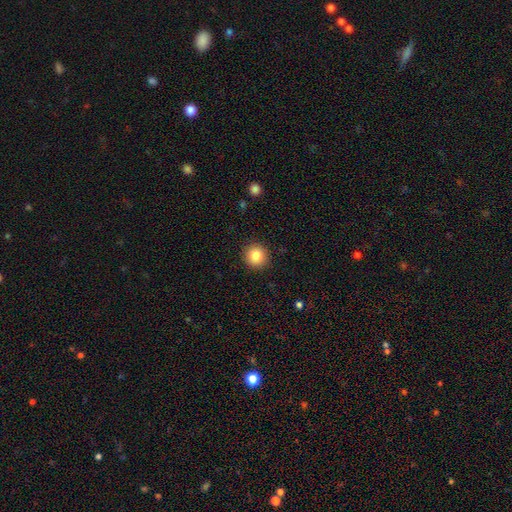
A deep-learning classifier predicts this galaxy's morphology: The model was most divided on "smooth or featured": smooth: 87%, star or artifact: 9%, featured or disk: 5%. More confident: how rounded — round (92%); merging — none (91%).